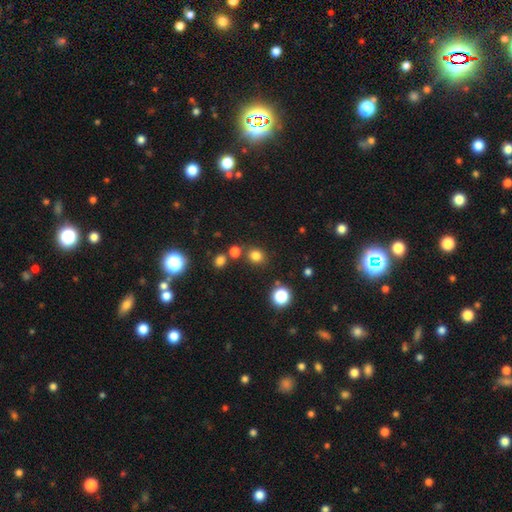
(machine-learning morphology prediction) Smooth or featured? Predicted: smooth (p=0.78). How rounded? Predicted: round (p=0.77). Merging? Predicted: none (p=0.79).